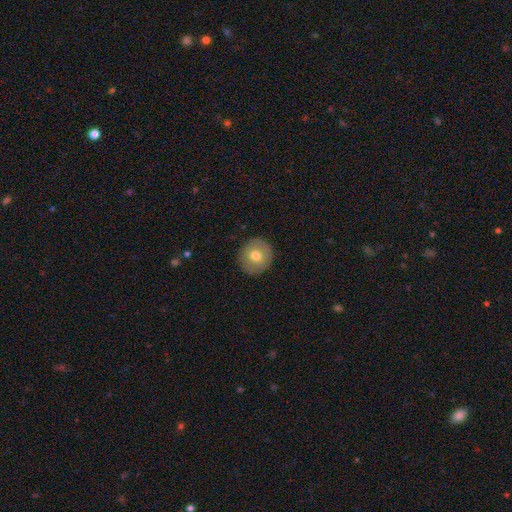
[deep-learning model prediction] Smooth or featured?
  - smooth: 69% *
  - featured or disk: 23%
  - star or artifact: 8%
How rounded?
  - round: 93% *
  - in between: 6%
  - cigar-shaped: 1%
Merging?
  - none: 89% *
  - minor disturbance: 7%
  - major disturbance: 2%
  - merger: 1%